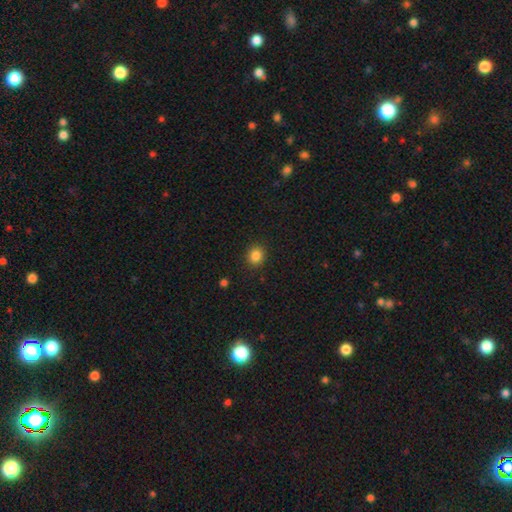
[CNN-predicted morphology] A smooth galaxy with no disk features (85%) that is round (76%).

Vote fractions:
- Smooth or featured? smooth: 85% / star or artifact: 11% / featured or disk: 4%
- How rounded? round: 76% / in between: 23% / cigar-shaped: 1%
- Merging? none: 90% / minor disturbance: 7% / major disturbance: 2% / merger: 1%